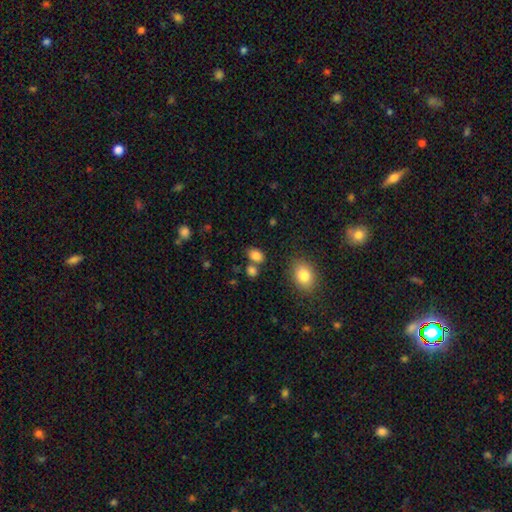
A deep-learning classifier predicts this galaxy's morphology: Smooth or featured: smooth — 84% (star or artifact — 11%)
How rounded: in between — 79% (round — 20%)
Merging: none — 65% (merger — 18%)